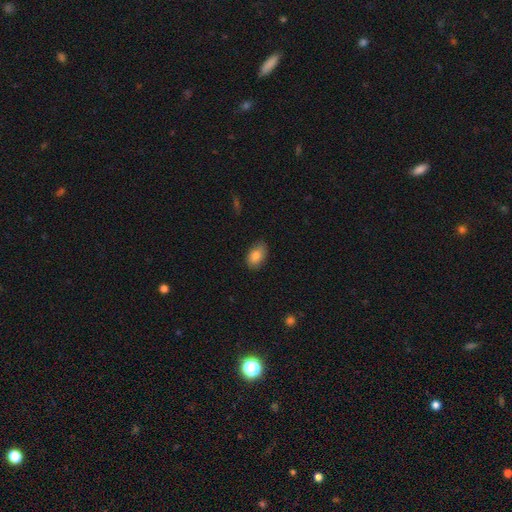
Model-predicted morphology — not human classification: Overall: smooth (85%). How rounded: in between (89%). Merging: none (76%).